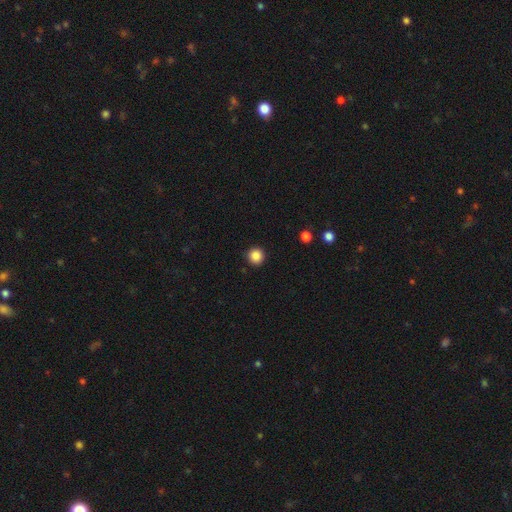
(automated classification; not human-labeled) smooth 86%, star or artifact 11%, featured or disk 3%. Down the decision tree: how rounded — round (95%); merging — none (92%).